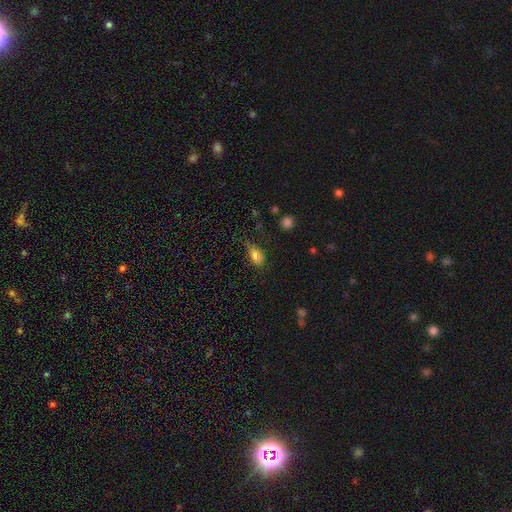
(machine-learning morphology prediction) Smooth or featured? Predicted: smooth (p=0.80). How rounded? Predicted: in between (p=0.85). Merging? Predicted: none (p=0.60).